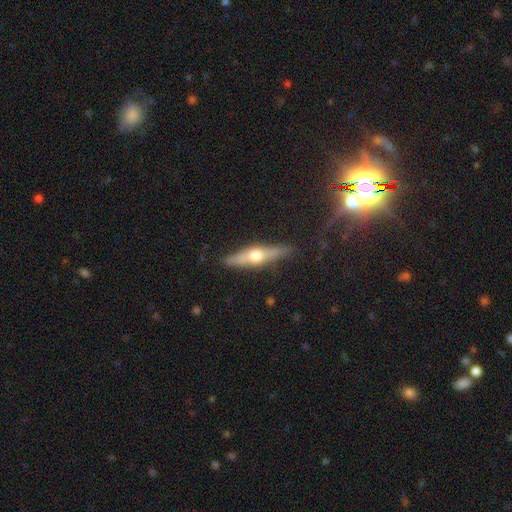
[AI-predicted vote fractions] smooth-or-featured: featured or disk: 68% | smooth: 22% | star or artifact: 10%
  disk-edge-on: yes: 94% | no: 6%
    edge-on-bulge: rounded: 93% | boxy: 4% | none: 3%
  merging: none: 87% | minor disturbance: 9% | major disturbance: 2% | merger: 1%